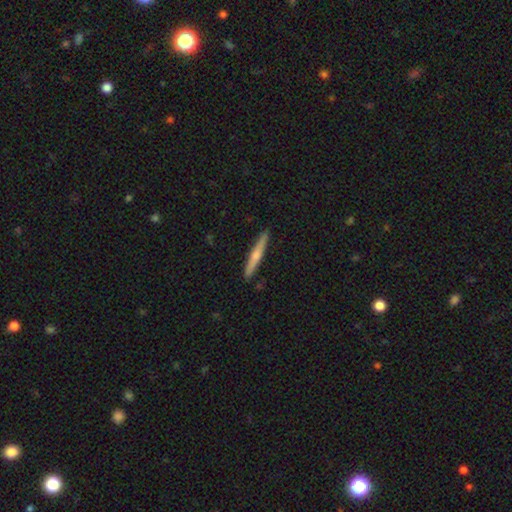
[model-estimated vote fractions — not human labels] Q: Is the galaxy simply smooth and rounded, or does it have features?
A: featured or disk — 49%.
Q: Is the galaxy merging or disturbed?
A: none — 90%.